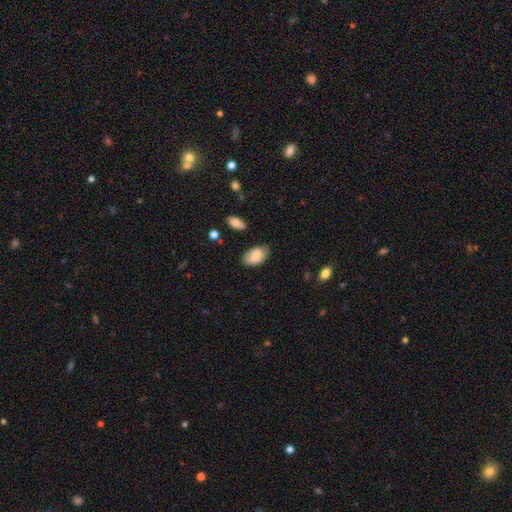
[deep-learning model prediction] Morphology: type=smooth (84%); roundness=in between (94%); merging=none (77%).